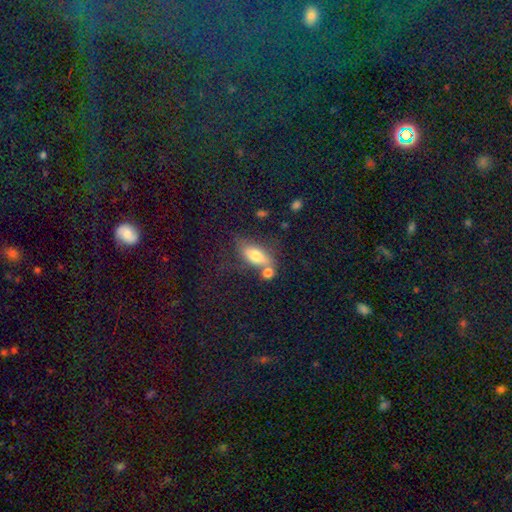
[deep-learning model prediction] smooth-or-featured: smooth: 70% | featured or disk: 21% | star or artifact: 9%
  how-rounded: in between: 76% | cigar-shaped: 18% | round: 5%
  merging: none: 51% | merger: 23% | minor disturbance: 18% | major disturbance: 9%